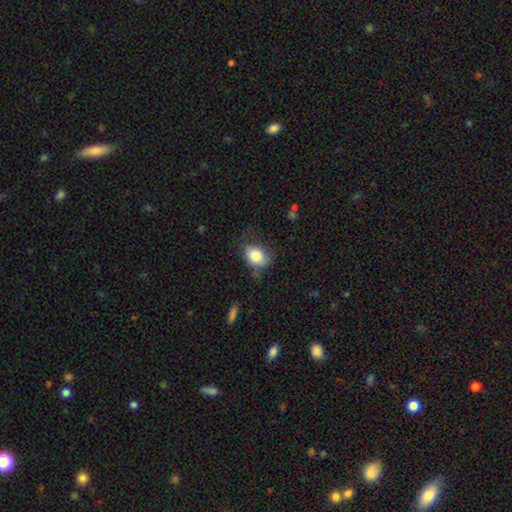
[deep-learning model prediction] Smooth or featured?
  - smooth: 81% *
  - featured or disk: 10%
  - star or artifact: 9%
How rounded?
  - in between: 62% *
  - round: 37%
  - cigar-shaped: 1%
Merging?
  - none: 57% *
  - minor disturbance: 29%
  - major disturbance: 11%
  - merger: 3%